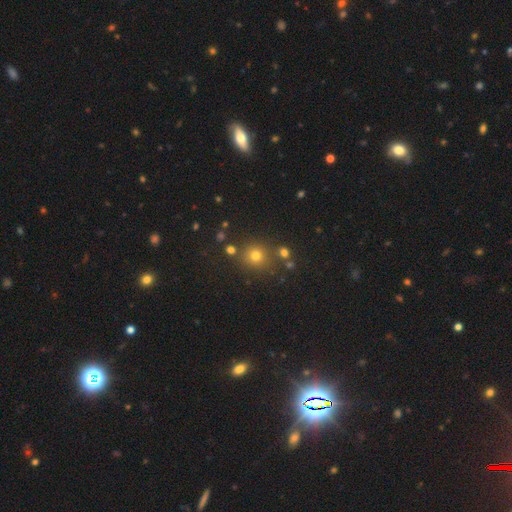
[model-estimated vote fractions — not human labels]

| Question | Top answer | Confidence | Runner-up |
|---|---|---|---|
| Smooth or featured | smooth | 71% | star or artifact (21%) |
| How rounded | round | 90% | in between (9%) |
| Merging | none | 79% | minor disturbance (9%) |